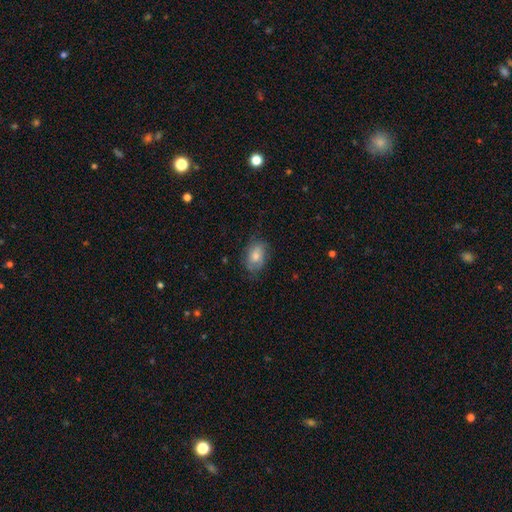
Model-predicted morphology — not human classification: The model was most divided on "smooth or featured": smooth: 56%, featured or disk: 33%, star or artifact: 11%. More confident: how rounded — in between (78%); merging — none (69%).